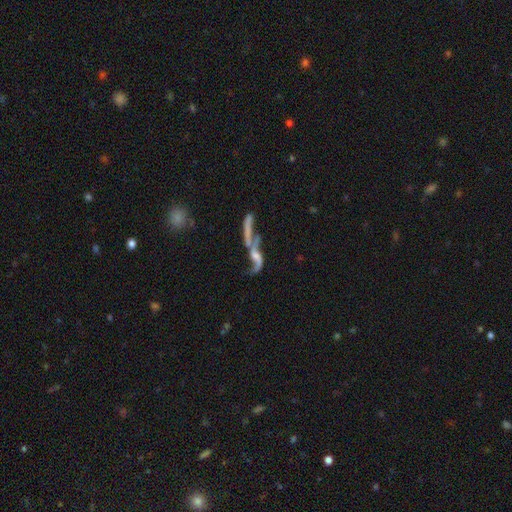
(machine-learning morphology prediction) Q: Smooth or featured?
A: featured or disk (73%); runner-up: smooth (15%)
Q: Edge-on disk?
A: no (79%); runner-up: yes (21%)
Q: Bar?
A: no (63%); runner-up: weak (26%)
Q: Spiral arms?
A: yes (73%); runner-up: no (27%)
Q: Bulge size?
A: small (34%); runner-up: none (31%)
Q: Merging?
A: merger (42%); runner-up: none (28%)